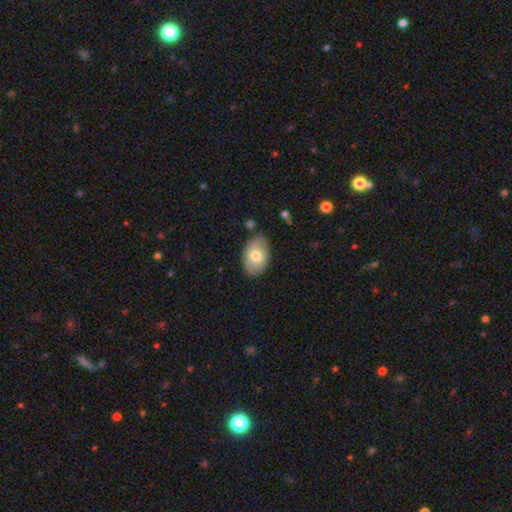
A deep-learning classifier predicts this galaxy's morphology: Smooth or featured?
  - smooth: 72% *
  - featured or disk: 21%
  - star or artifact: 6%
How rounded?
  - in between: 89% *
  - round: 10%
  - cigar-shaped: 1%
Merging?
  - none: 80% *
  - minor disturbance: 15%
  - major disturbance: 3%
  - merger: 3%